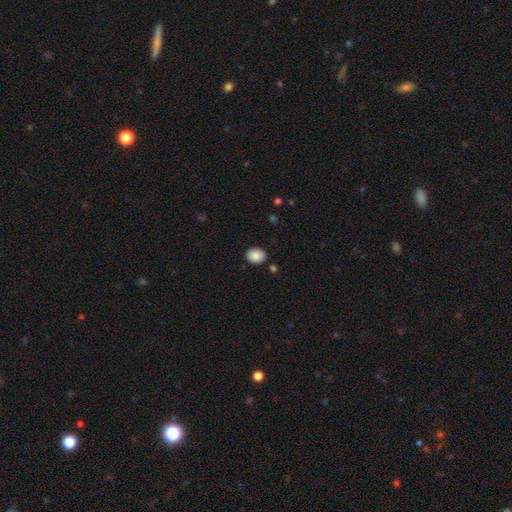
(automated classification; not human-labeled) Overall: smooth (88%). How rounded: in between (62%; round 37%). Merging: none (87%).